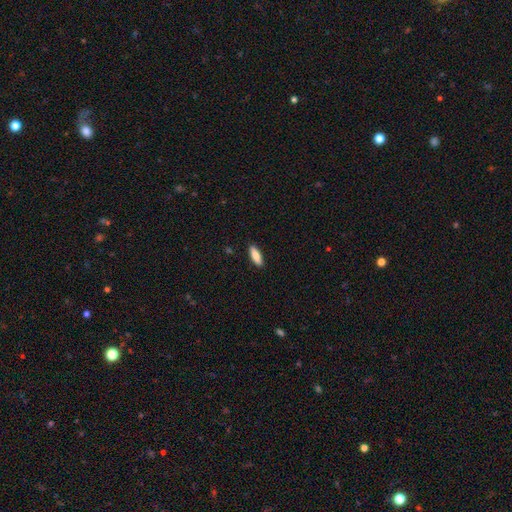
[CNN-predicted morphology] A smooth galaxy with no disk features (85%) that is in between round and cigar-shaped (52%).

Vote fractions:
- Smooth or featured? smooth: 85% / featured or disk: 9% / star or artifact: 6%
- How rounded? in between: 52% / cigar-shaped: 46% / round: 2%
- Merging? none: 89% / minor disturbance: 8% / major disturbance: 2% / merger: 1%